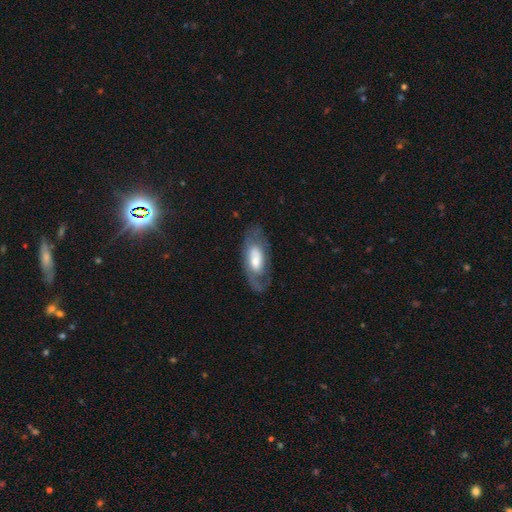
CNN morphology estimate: A featured or disk galaxy (62%) with no bar (58%), spiral arms (67%) and a moderate central bulge (47%).

Vote fractions:
- Smooth or featured? featured or disk: 62% / smooth: 31% / star or artifact: 7%
- Edge-on disk? no: 88% / yes: 12%
- Bar? no: 58% / weak: 30% / strong: 12%
- Spiral arms? yes: 67% / no: 33%
- Bulge size? moderate: 47% / large: 29% / small: 18% / none: 3% / dominant: 3%
- Merging? none: 66% / minor disturbance: 19% / major disturbance: 13% / merger: 2%